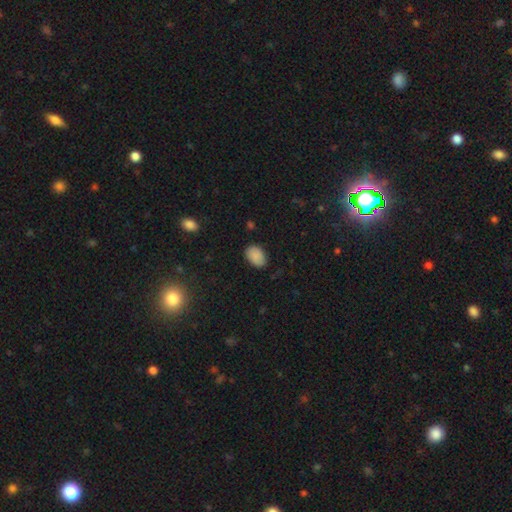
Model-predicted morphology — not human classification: Smooth or featured? smooth (88%)
How rounded? in between (88%)
Merging? none (83%)